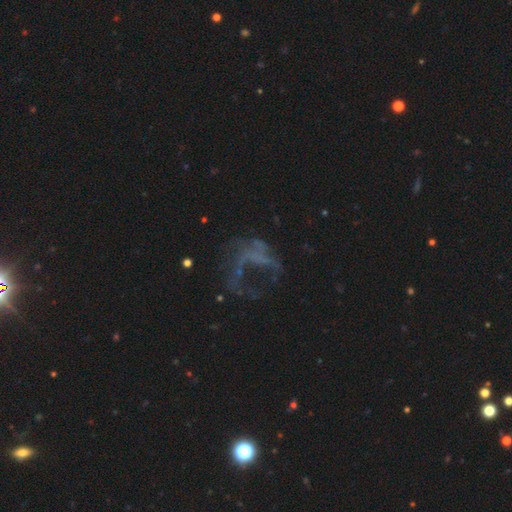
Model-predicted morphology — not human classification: Overall: featured or disk (59%; star or artifact 24%). Edge-on disk: no (97%). Bar: no (79%). Spiral arms: no (71%). Bulge size: none (81%). Merging: major disturbance (53%; none 30%).